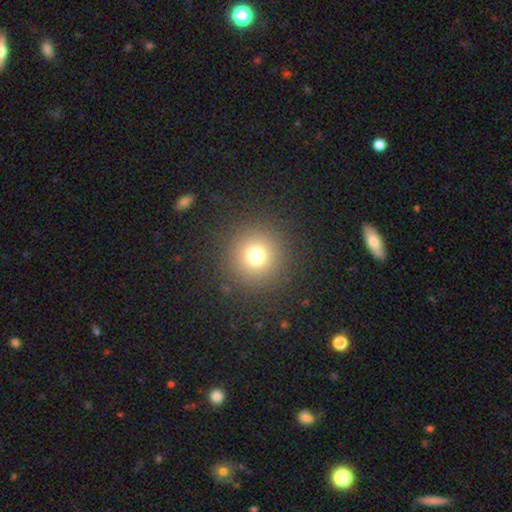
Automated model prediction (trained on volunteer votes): Smooth or featured? Predicted: smooth (p=0.74). How rounded? Predicted: round (p=0.95). Merging? Predicted: none (p=0.89).